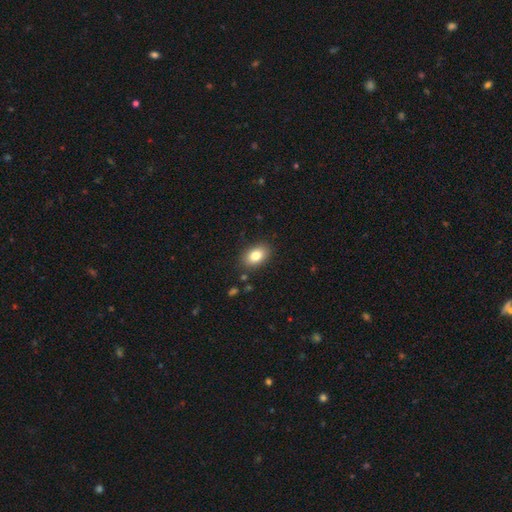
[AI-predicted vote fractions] Q: Smooth or featured?
A: smooth (83%); runner-up: featured or disk (9%)
Q: How rounded?
A: in between (85%); runner-up: round (13%)
Q: Merging?
A: none (87%); runner-up: minor disturbance (9%)